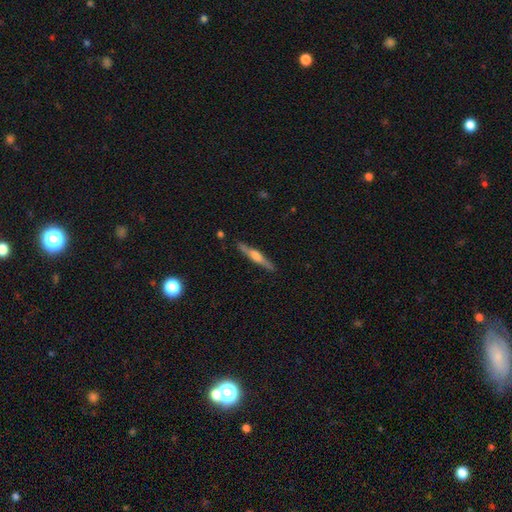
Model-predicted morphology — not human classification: smooth_or_featured: featured or disk (p=0.63) [alt: smooth p=0.31]
disk_edge_on: yes (p=0.97) [alt: no p=0.03]
edge_on_bulge: rounded (p=0.75) [alt: boxy p=0.17]
merging: none (p=0.87) [alt: minor disturbance p=0.10]